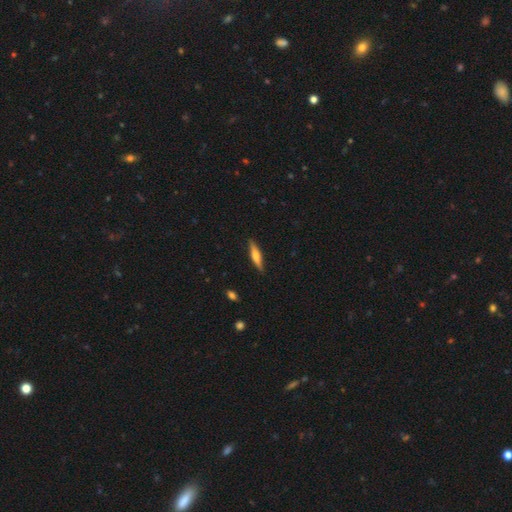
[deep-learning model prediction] Smooth or featured?
  - smooth: 49% *
  - featured or disk: 45%
  - star or artifact: 6%
Merging?
  - none: 88% *
  - minor disturbance: 9%
  - major disturbance: 2%
  - merger: 1%